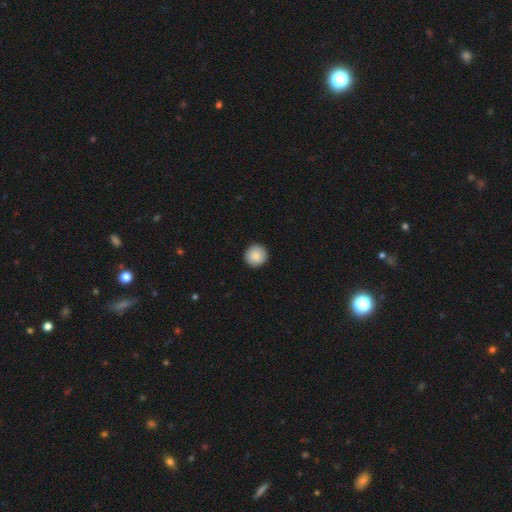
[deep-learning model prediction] Overall: smooth (88%). How rounded: round (96%). Merging: none (93%).